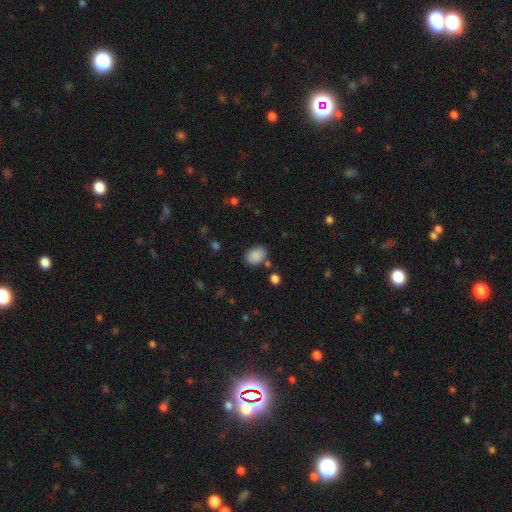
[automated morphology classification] This appears to be a smooth galaxy with no disk features (88%) that is in between round and cigar-shaped (80%). Merging: none (79%).